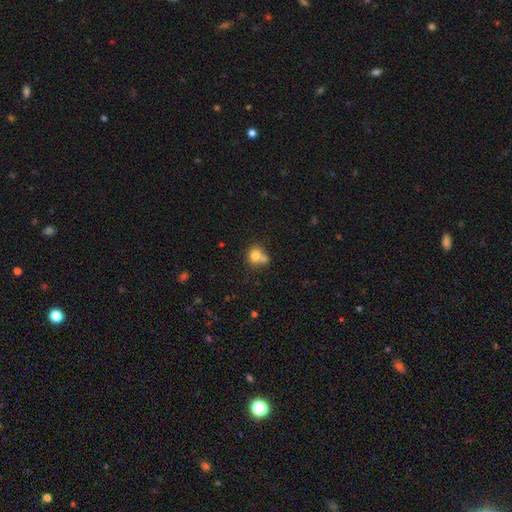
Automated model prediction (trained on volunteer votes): smooth-or-featured: smooth: 76% | featured or disk: 13% | star or artifact: 11%
  how-rounded: round: 72% | in between: 27% | cigar-shaped: 1%
  merging: merger: 44% | none: 38% | minor disturbance: 12% | major disturbance: 5%